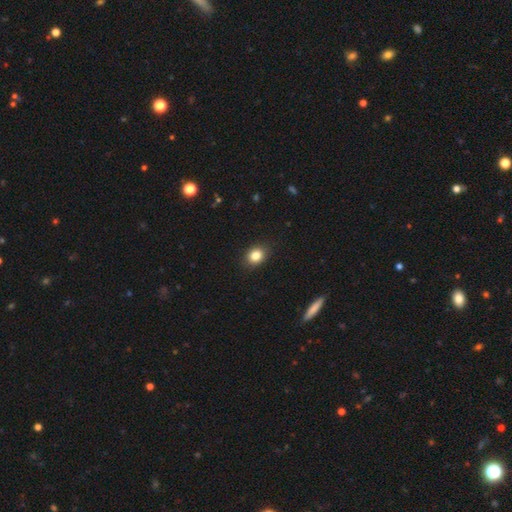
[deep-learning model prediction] A smooth galaxy with no disk features (84%) that is in between round and cigar-shaped (52%).

Vote fractions:
- Smooth or featured? smooth: 84% / star or artifact: 10% / featured or disk: 7%
- How rounded? in between: 52% / round: 47% / cigar-shaped: 1%
- Merging? none: 88% / minor disturbance: 9% / major disturbance: 2% / merger: 1%